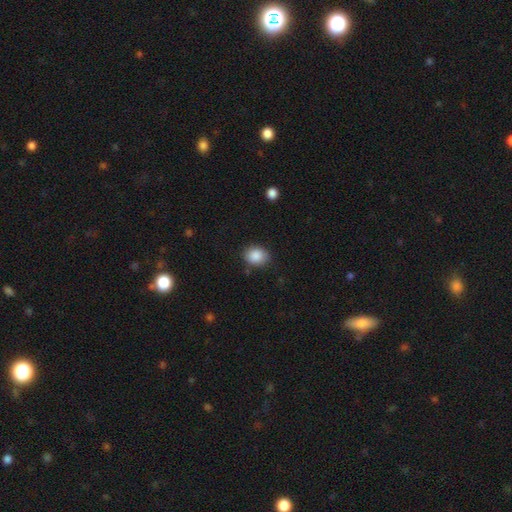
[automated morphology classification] smooth-or-featured: smooth: 88% | star or artifact: 8% | featured or disk: 4%
  how-rounded: in between: 50% | round: 49% | cigar-shaped: 1%
  merging: none: 83% | minor disturbance: 13% | major disturbance: 3% | merger: 2%